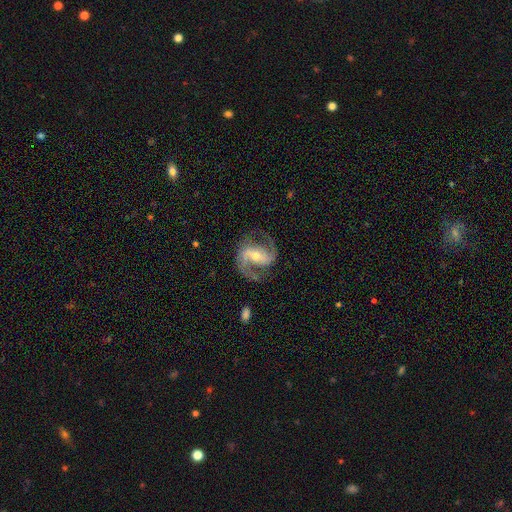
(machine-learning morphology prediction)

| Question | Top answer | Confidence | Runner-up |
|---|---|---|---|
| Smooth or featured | featured or disk | 91% | star or artifact (4%) |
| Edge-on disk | no | 98% | yes (2%) |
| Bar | weak | 41% | strong (34%) |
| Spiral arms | yes | 98% | no (2%) |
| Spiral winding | medium | 59% | loose (27%) |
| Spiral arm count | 2 | 93% | 1 (2%) |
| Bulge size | moderate | 52% | small (42%) |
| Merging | none | 77% | minor disturbance (14%) |